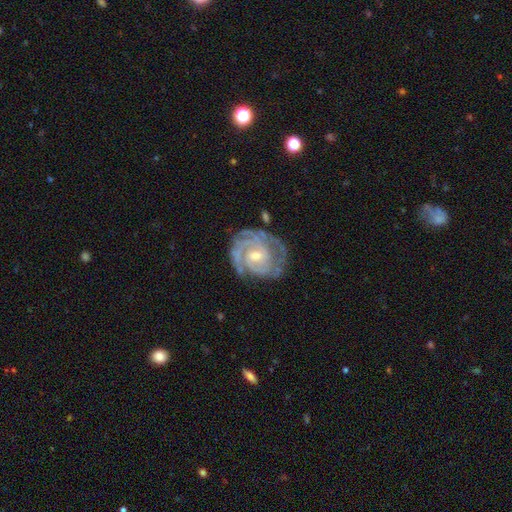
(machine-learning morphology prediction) Overall: featured or disk (89%). Edge-on disk: no (98%). Bar: no (58%; weak 34%). Spiral arms: yes (96%). Spiral arm count: 3 (29%; can't tell 25%). Spiral winding: tight (75%). Bulge size: moderate (49%; small 47%). Merging: none (70%).